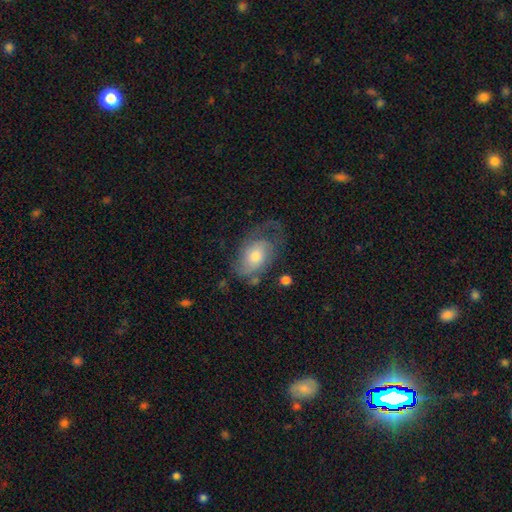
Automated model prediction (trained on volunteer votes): Smooth or featured? Predicted: featured or disk (p=0.55). Edge-on disk? Predicted: no (p=0.94). Bar? Predicted: no (p=0.77). Spiral arms? Predicted: yes (p=0.75). Bulge size? Predicted: moderate (p=0.61). Merging? Predicted: none (p=0.43).